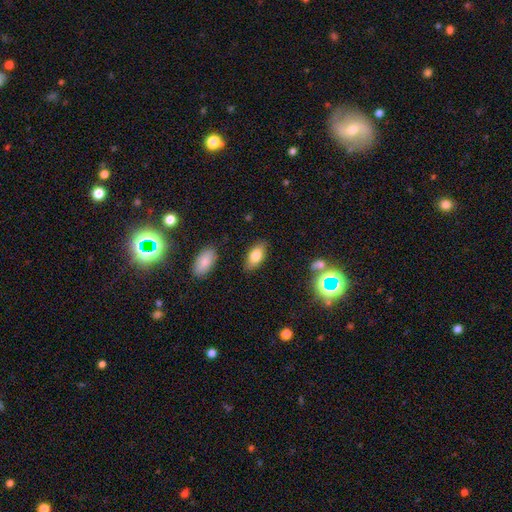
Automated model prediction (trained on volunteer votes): smooth 79%, featured or disk 12%, star or artifact 8%. Down the decision tree: how rounded — in between (90%); merging — none (83%).